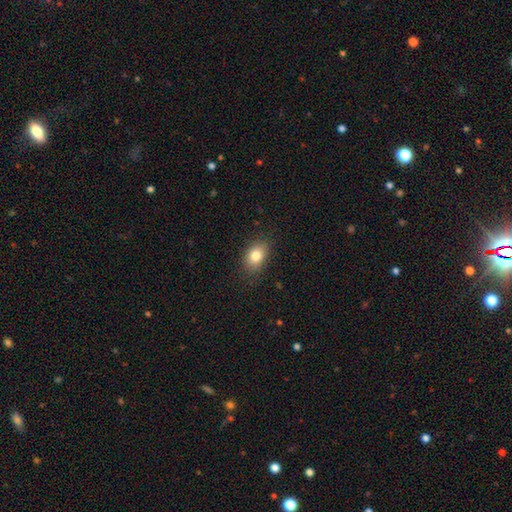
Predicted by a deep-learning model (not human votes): Overall: smooth (82%). How rounded: in between (81%). Merging: none (84%).